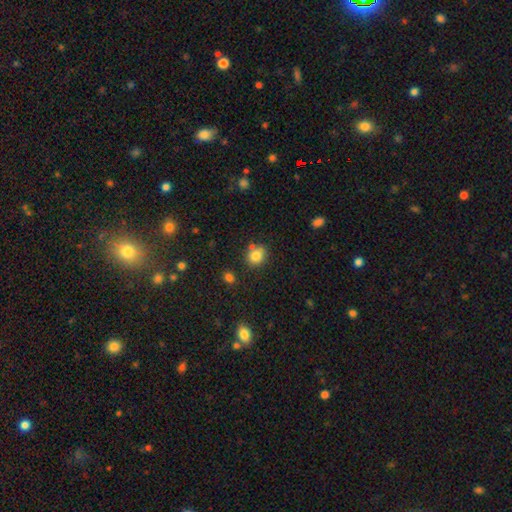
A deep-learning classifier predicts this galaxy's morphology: Overall: smooth (81%). How rounded: round (72%). Merging: none (69%).